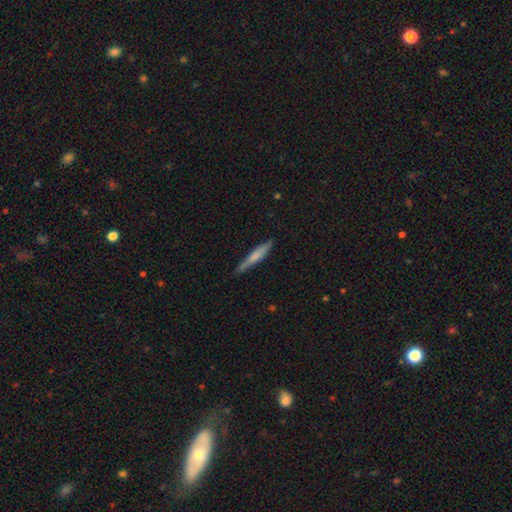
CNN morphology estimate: Q: Smooth or featured?
A: smooth (63%); runner-up: featured or disk (32%)
Q: How rounded?
A: cigar-shaped (92%); runner-up: in between (7%)
Q: Merging?
A: none (77%); runner-up: minor disturbance (18%)